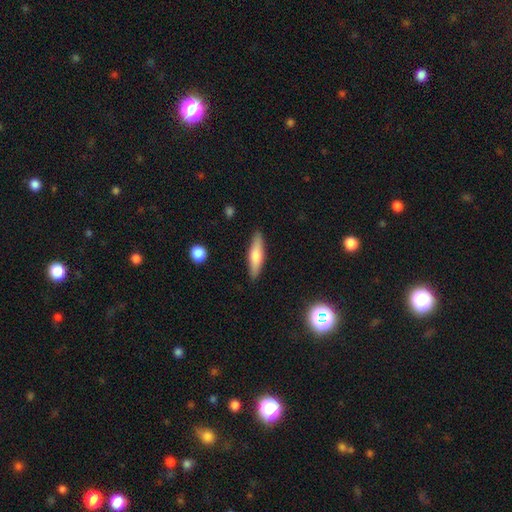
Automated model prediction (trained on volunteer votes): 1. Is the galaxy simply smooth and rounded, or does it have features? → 66% smooth, 28% featured or disk, 6% star or artifact.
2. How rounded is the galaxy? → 73% cigar-shaped, 25% in between, 2% round.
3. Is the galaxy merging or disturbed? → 88% none, 9% minor disturbance, 2% major disturbance, 1% merger.